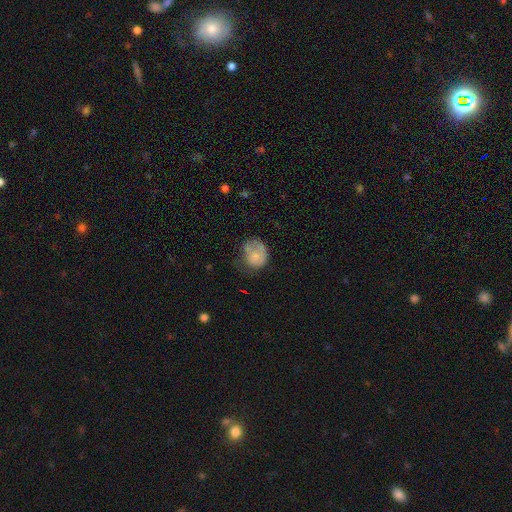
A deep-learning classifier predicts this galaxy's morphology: smooth_or_featured: smooth (p=0.67) [alt: featured or disk p=0.24]
how_rounded: round (p=0.61) [alt: in between p=0.38]
merging: none (p=0.35) [alt: minor disturbance p=0.30]